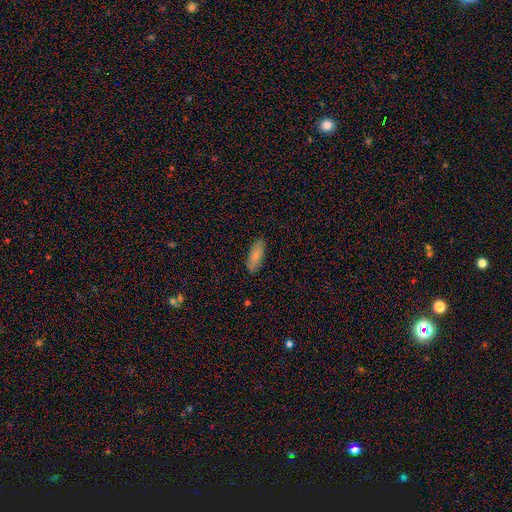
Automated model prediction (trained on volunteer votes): A smooth galaxy with no disk features (83%) that is in between round and cigar-shaped (68%).

Vote fractions:
- Smooth or featured? smooth: 83% / featured or disk: 10% / star or artifact: 6%
- How rounded? in between: 68% / cigar-shaped: 30% / round: 2%
- Merging? none: 85% / minor disturbance: 11% / major disturbance: 2% / merger: 1%